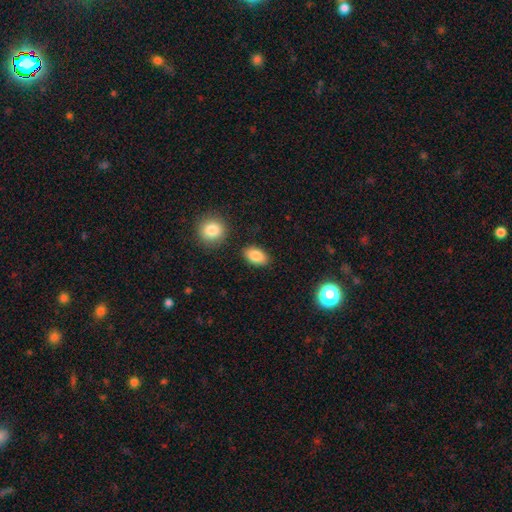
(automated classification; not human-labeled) smooth 86%, star or artifact 8%, featured or disk 6%. Down the decision tree: how rounded — in between (90%); merging — none (85%).